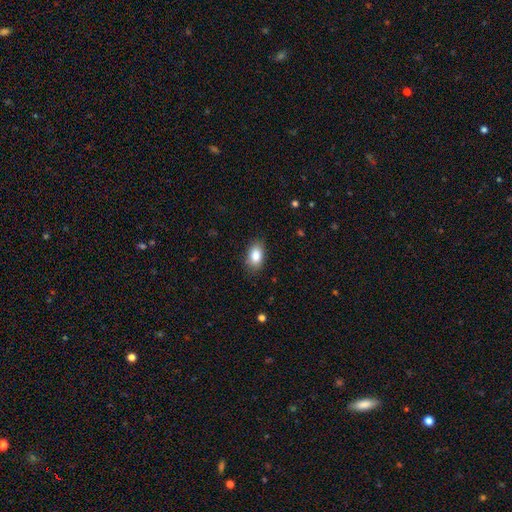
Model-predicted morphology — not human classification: smooth_or_featured: smooth (p=0.86) [alt: star or artifact p=0.07]
how_rounded: in between (p=0.90) [alt: round p=0.09]
merging: none (p=0.84) [alt: minor disturbance p=0.12]